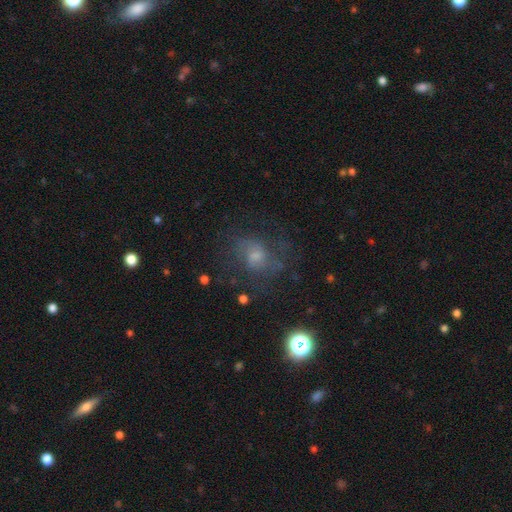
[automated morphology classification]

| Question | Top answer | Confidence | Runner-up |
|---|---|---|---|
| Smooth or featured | featured or disk | 43% | smooth (38%) |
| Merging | none | 57% | major disturbance (21%) |